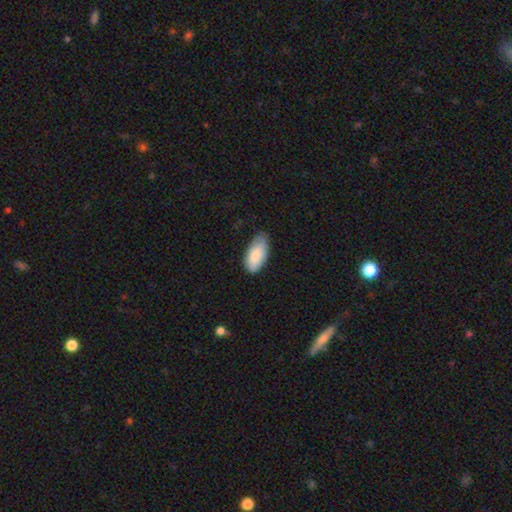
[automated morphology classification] smooth 83%, featured or disk 12%, star or artifact 6%. Down the decision tree: how rounded — in between (93%); merging — none (69%).